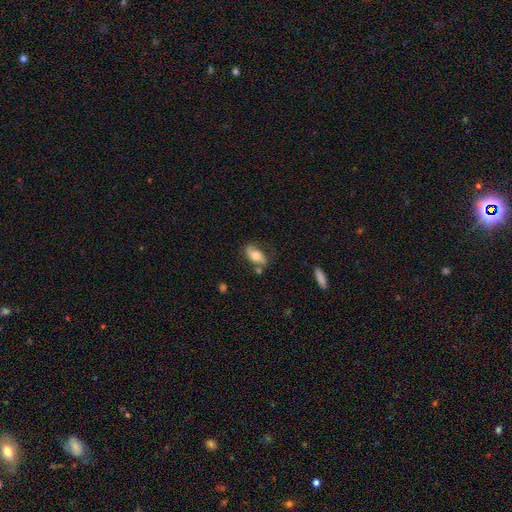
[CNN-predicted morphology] smooth-or-featured: smooth: 62% | featured or disk: 31% | star or artifact: 7%
  how-rounded: in between: 86% | cigar-shaped: 9% | round: 5%
  merging: none: 66% | minor disturbance: 20% | merger: 8% | major disturbance: 6%